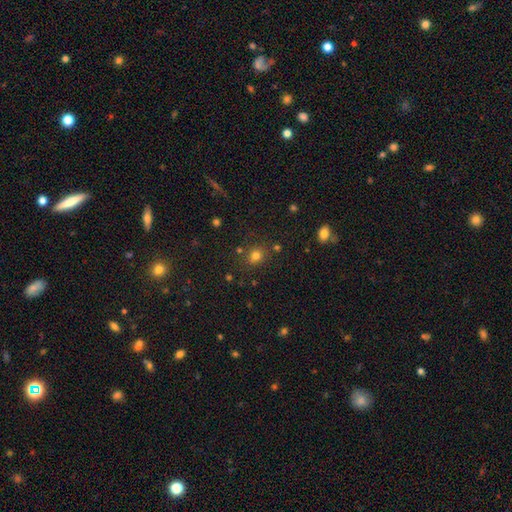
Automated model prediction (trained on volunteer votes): Smooth or featured: smooth — 76% (star or artifact — 17%)
How rounded: round — 78% (in between — 21%)
Merging: none — 80% (minor disturbance — 10%)